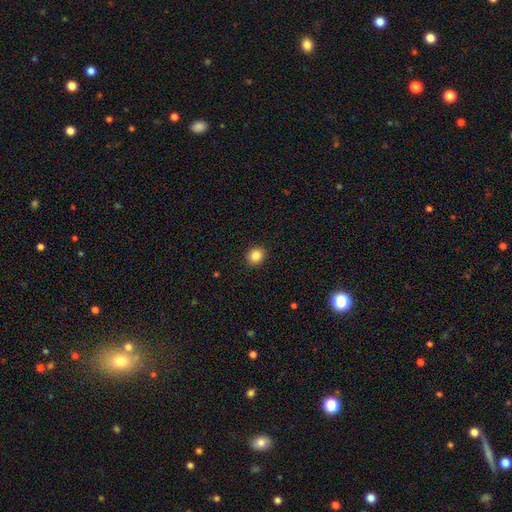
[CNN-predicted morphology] Smooth or featured?
  - smooth: 85% *
  - star or artifact: 10%
  - featured or disk: 5%
How rounded?
  - round: 77% *
  - in between: 22%
  - cigar-shaped: 1%
Merging?
  - none: 91% *
  - minor disturbance: 6%
  - major disturbance: 2%
  - merger: 1%